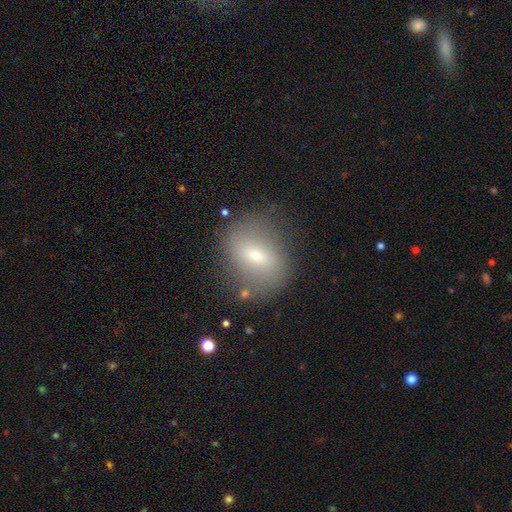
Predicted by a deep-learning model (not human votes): smooth_or_featured: smooth (p=0.53) [alt: featured or disk p=0.35]
how_rounded: round (p=0.58) [alt: in between p=0.39]
merging: none (p=0.76) [alt: minor disturbance p=0.15]